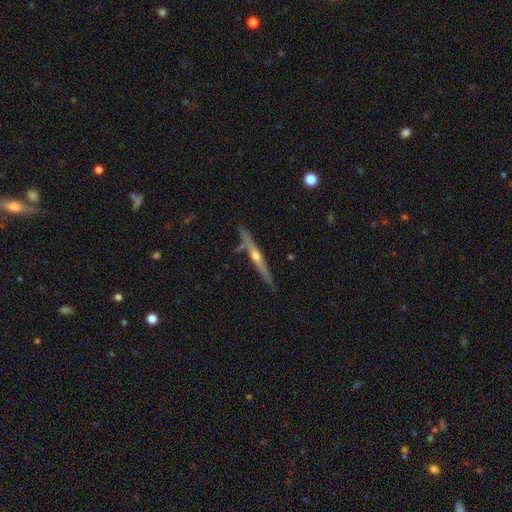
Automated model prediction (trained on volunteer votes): Morphology: type=featured or disk (78%); edge-on=yes (97%); edge-on bulge=rounded (87%); merging=none (83%).